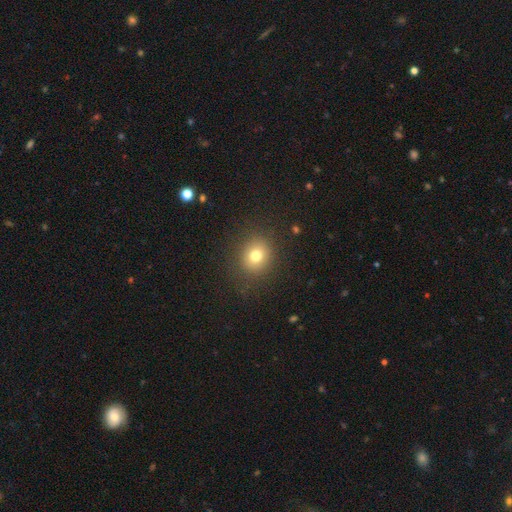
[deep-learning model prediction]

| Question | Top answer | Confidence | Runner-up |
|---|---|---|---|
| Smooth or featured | smooth | 76% | star or artifact (14%) |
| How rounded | round | 81% | in between (18%) |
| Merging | none | 86% | minor disturbance (8%) |